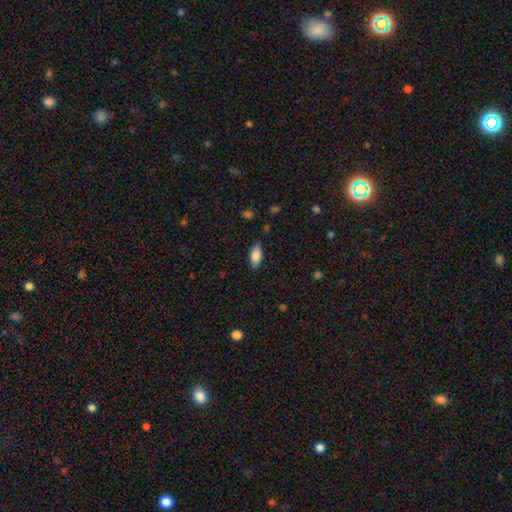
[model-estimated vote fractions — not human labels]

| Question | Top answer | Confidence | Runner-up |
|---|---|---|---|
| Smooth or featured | smooth | 83% | featured or disk (11%) |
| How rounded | in between | 87% | cigar-shaped (11%) |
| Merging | none | 82% | minor disturbance (14%) |